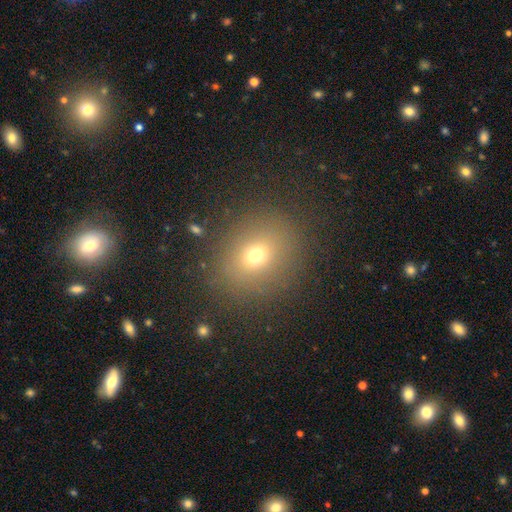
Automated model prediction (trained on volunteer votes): Q: Smooth or featured?
A: smooth (67%); runner-up: star or artifact (19%)
Q: How rounded?
A: round (66%); runner-up: in between (33%)
Q: Merging?
A: none (83%); runner-up: minor disturbance (10%)